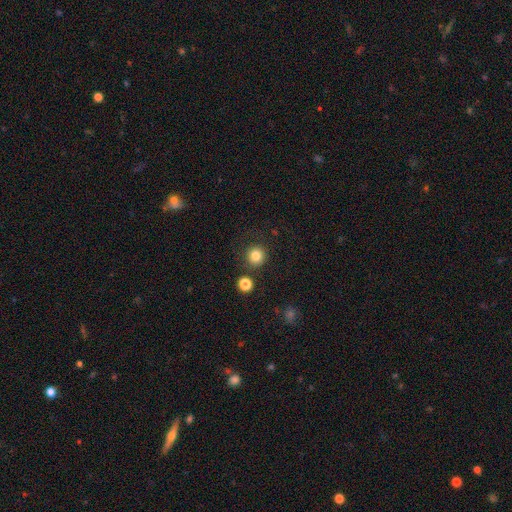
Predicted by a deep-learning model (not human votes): Smooth or featured? smooth (82%)
How rounded? round (94%)
Merging? none (85%)